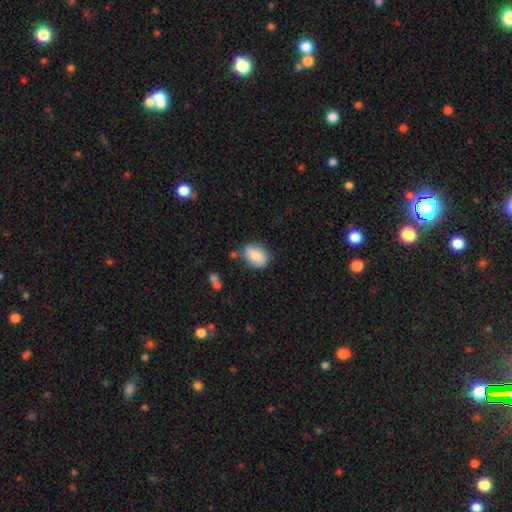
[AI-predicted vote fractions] smooth 80%, featured or disk 13%, star or artifact 7%. Down the decision tree: how rounded — in between (80%); merging — none (68%).